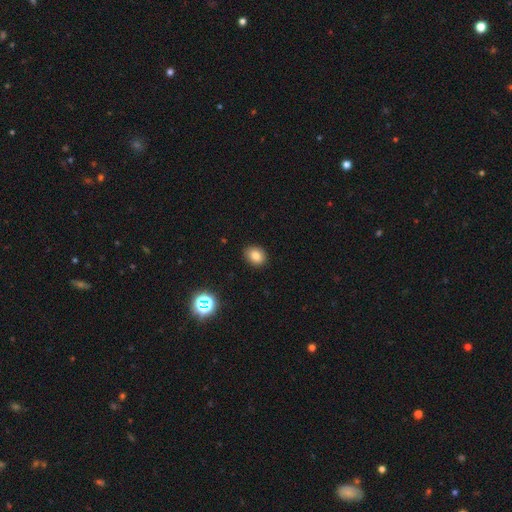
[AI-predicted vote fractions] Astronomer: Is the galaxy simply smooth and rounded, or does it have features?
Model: smooth — 81%.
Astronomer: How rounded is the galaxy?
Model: round — 50% (runner-up: in between, 49%).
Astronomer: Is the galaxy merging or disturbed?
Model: none — 89%.